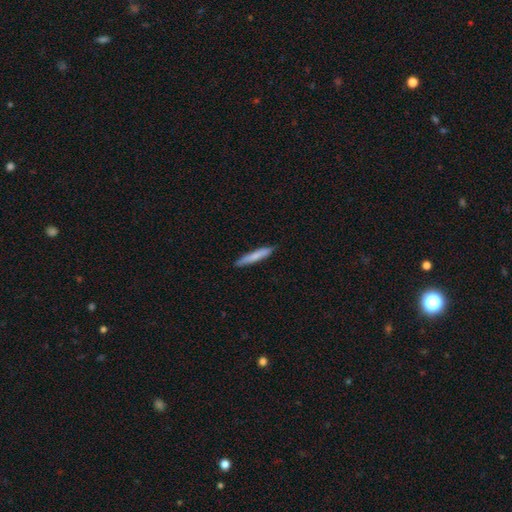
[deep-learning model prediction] The model was most divided on "smooth or featured": smooth: 76%, featured or disk: 19%, star or artifact: 5%. More confident: how rounded — cigar-shaped (93%); merging — none (87%).